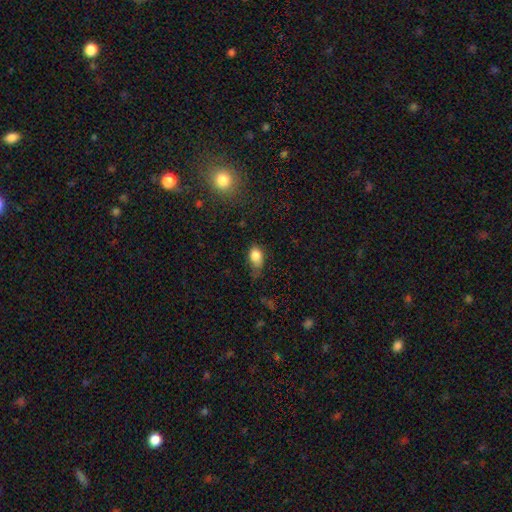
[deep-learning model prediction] Smooth or featured? Predicted: smooth (p=0.83). How rounded? Predicted: in between (p=0.82). Merging? Predicted: none (p=0.45).